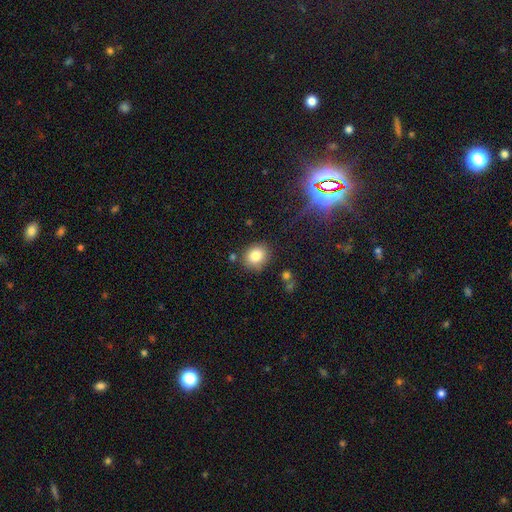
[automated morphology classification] Smooth or featured: smooth — 83% (star or artifact — 10%)
How rounded: round — 71% (in between — 28%)
Merging: none — 81% (minor disturbance — 11%)